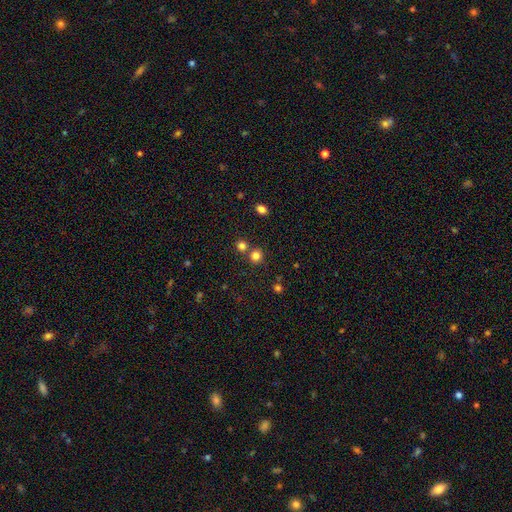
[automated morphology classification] Smooth or featured? smooth (79%)
How rounded? round (90%)
Merging? none (72%)